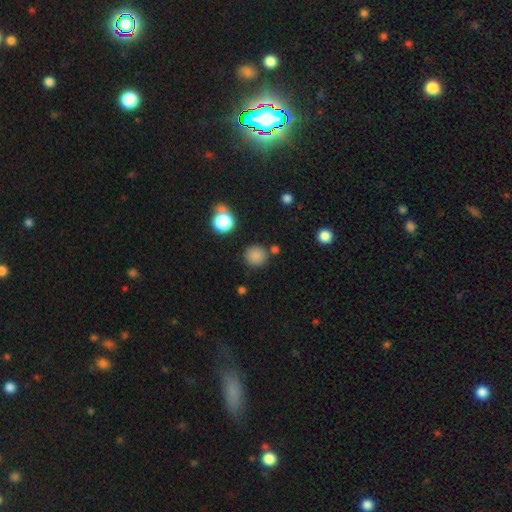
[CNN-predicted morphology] Smooth or featured? smooth (83%)
How rounded? round (93%)
Merging? none (83%)